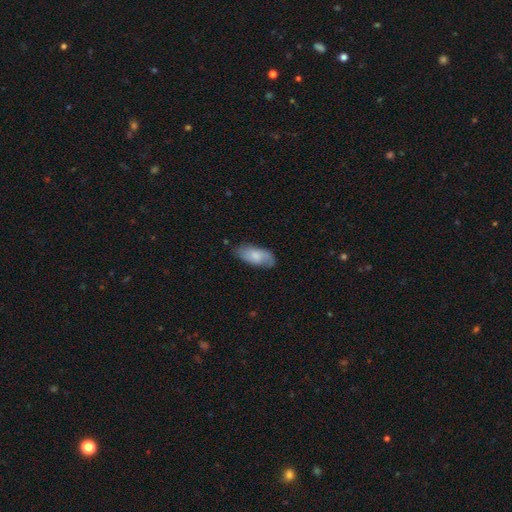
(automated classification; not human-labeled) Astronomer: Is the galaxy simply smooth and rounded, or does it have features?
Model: smooth — 68%.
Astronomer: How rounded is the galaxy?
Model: in between — 87%.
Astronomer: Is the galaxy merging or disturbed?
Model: none — 69%.